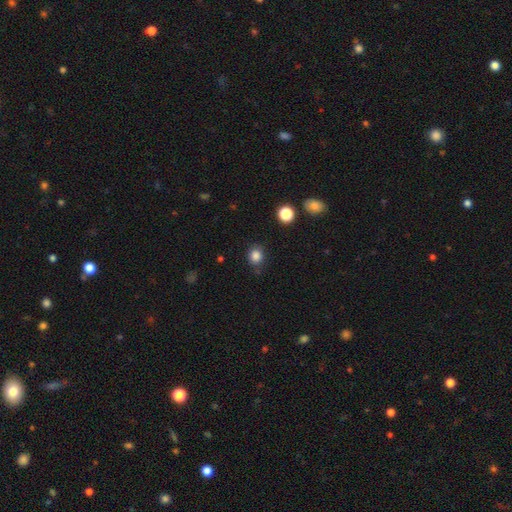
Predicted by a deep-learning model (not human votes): Overall: smooth (84%). How rounded: round (78%). Merging: none (83%).